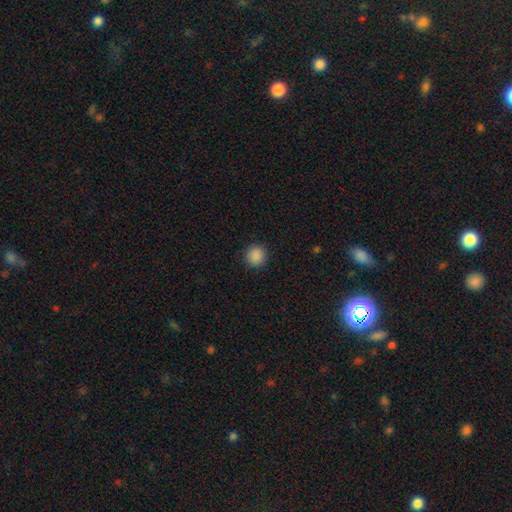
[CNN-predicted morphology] Smooth or featured? Predicted: smooth (p=0.88). How rounded? Predicted: round (p=0.92). Merging? Predicted: none (p=0.91).